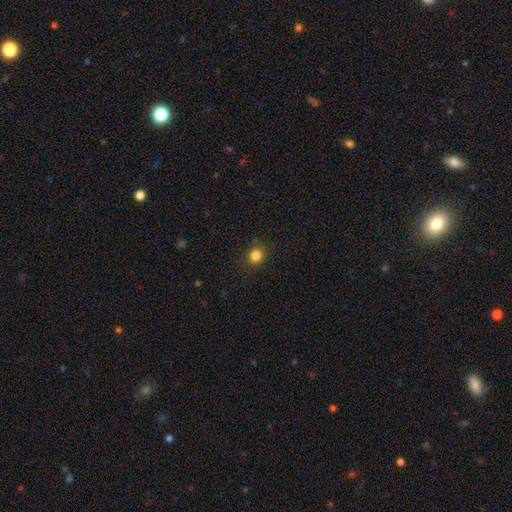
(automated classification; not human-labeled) smooth_or_featured: smooth (p=0.83) [alt: star or artifact p=0.13]
how_rounded: round (p=0.86) [alt: in between p=0.13]
merging: none (p=0.88) [alt: minor disturbance p=0.08]